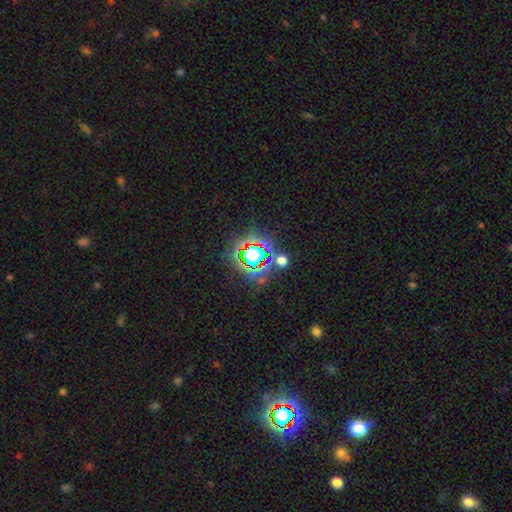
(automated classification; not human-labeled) Smooth or featured? star or artifact (66%)